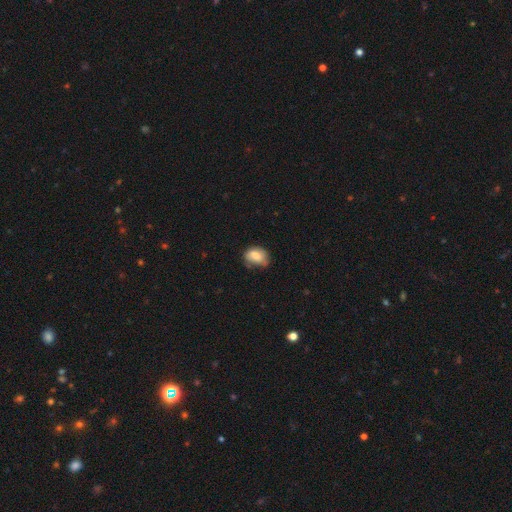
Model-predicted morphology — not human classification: This is likely a smooth galaxy (74%). How rounded: likely in between (74%). Merging: possibly none (52%).